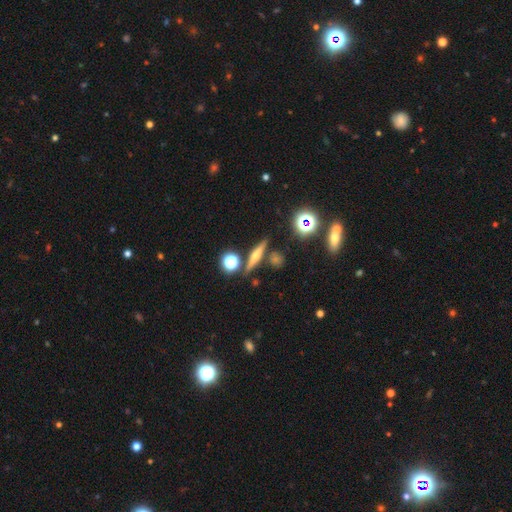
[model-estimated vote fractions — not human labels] Q: Smooth or featured?
A: featured or disk (56%); runner-up: smooth (30%)
Q: Edge-on disk?
A: yes (95%); runner-up: no (5%)
Q: Edge-on bulge?
A: rounded (86%); runner-up: none (7%)
Q: Merging?
A: none (82%); runner-up: minor disturbance (8%)